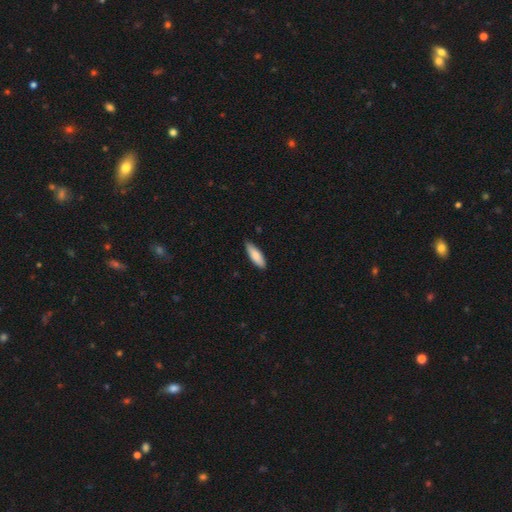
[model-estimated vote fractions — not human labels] smooth-or-featured: smooth: 85% | featured or disk: 9% | star or artifact: 5%
  how-rounded: in between: 53% | cigar-shaped: 46% | round: 2%
  merging: none: 81% | minor disturbance: 16% | major disturbance: 2% | merger: 1%